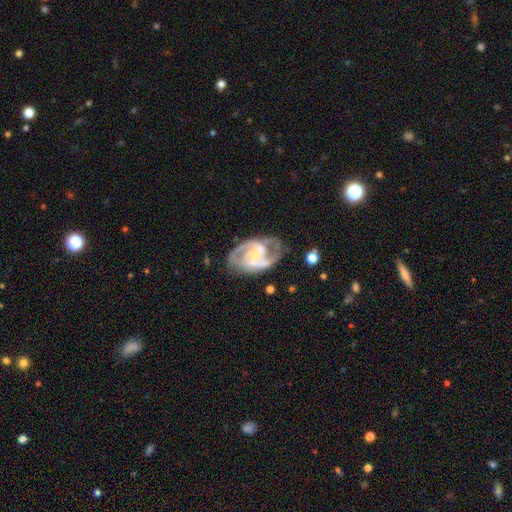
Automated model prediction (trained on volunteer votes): A featured or disk galaxy (87%) with a weak bar (44%), 2 (76%) medium (53%) spiral arms (94%) and a small central bulge (58%). Merging: none (67%).